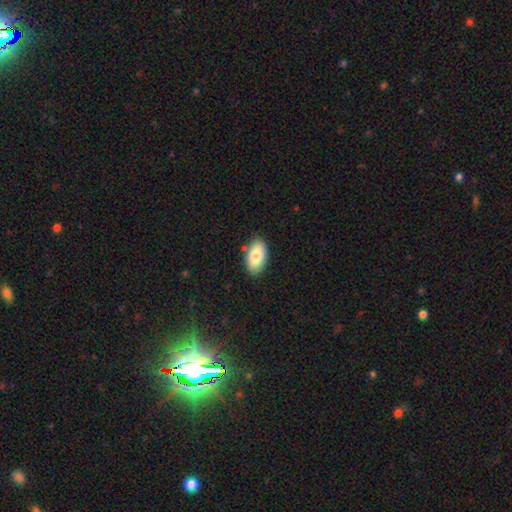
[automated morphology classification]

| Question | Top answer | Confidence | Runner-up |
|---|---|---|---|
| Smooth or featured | smooth | 79% | featured or disk (14%) |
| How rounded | in between | 94% | round (4%) |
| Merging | none | 85% | minor disturbance (11%) |